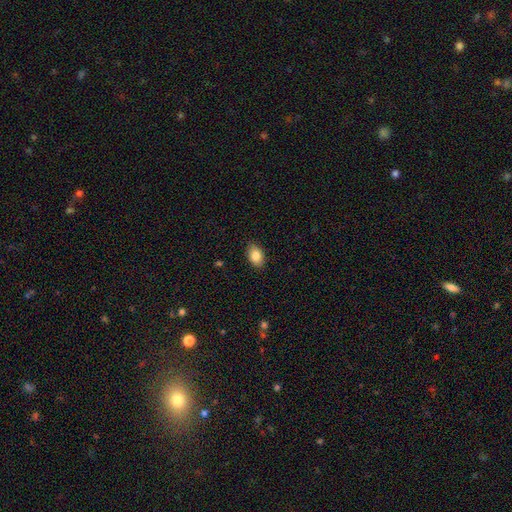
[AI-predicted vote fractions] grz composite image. It shows a smooth galaxy with no disk features (84%) that is in between round and cigar-shaped (88%). Merging: none (88%).